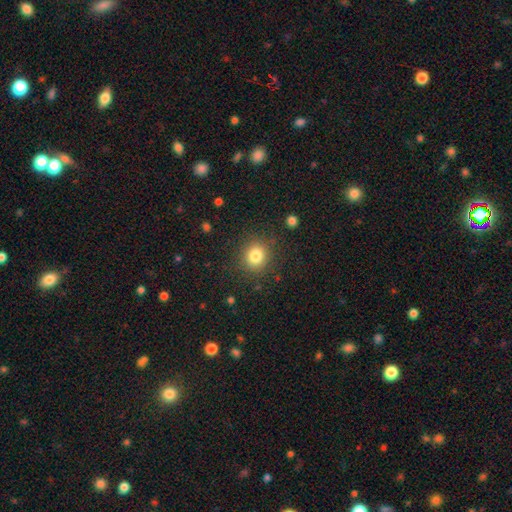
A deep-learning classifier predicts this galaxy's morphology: smooth 82%, star or artifact 12%, featured or disk 7%. Down the decision tree: how rounded — round (82%); merging — none (86%).